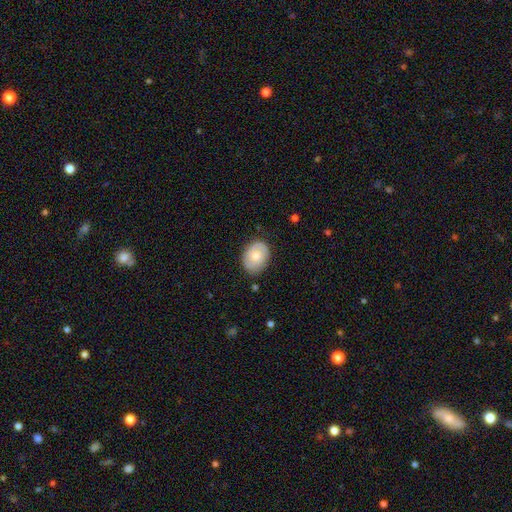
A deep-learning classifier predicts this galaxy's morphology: A smooth galaxy with no disk features (64%) that is in between round and cigar-shaped (68%). Merging: none (80%).